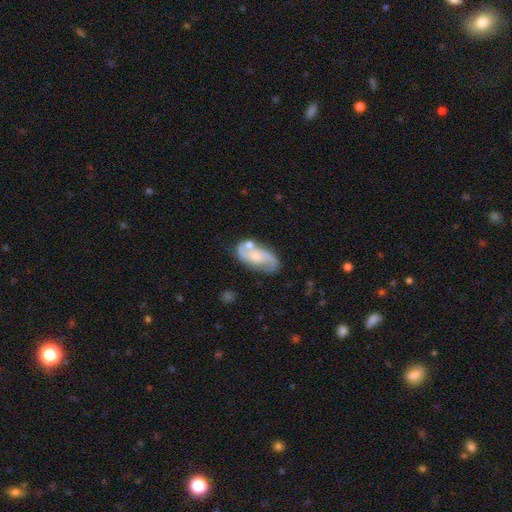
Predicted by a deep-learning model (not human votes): Smooth or featured? Predicted: featured or disk (p=0.76). Edge-on disk? Predicted: no (p=0.96). Bar? Predicted: no (p=0.59). Spiral arms? Predicted: yes (p=0.91). Spiral winding? Predicted: medium (p=0.47). Spiral arm count? Predicted: 2 (p=0.87). Bulge size? Predicted: moderate (p=0.42). Merging? Predicted: none (p=0.60).